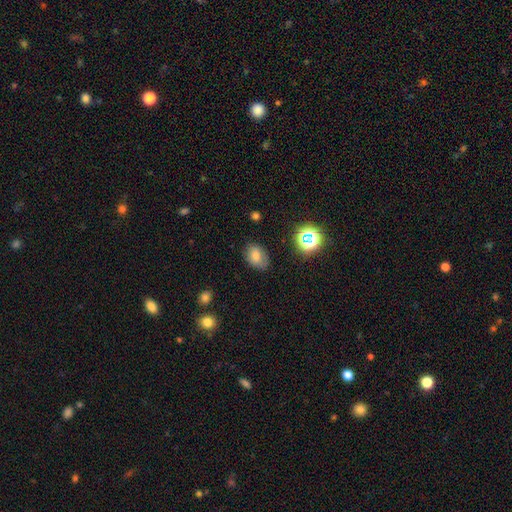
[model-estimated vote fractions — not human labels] A smooth galaxy with no disk features (73%) that is in between round and cigar-shaped (74%).

Vote fractions:
- Smooth or featured? smooth: 73% / star or artifact: 15% / featured or disk: 12%
- How rounded? in between: 74% / round: 25% / cigar-shaped: 1%
- Merging? none: 71% / minor disturbance: 22% / major disturbance: 6% / merger: 2%